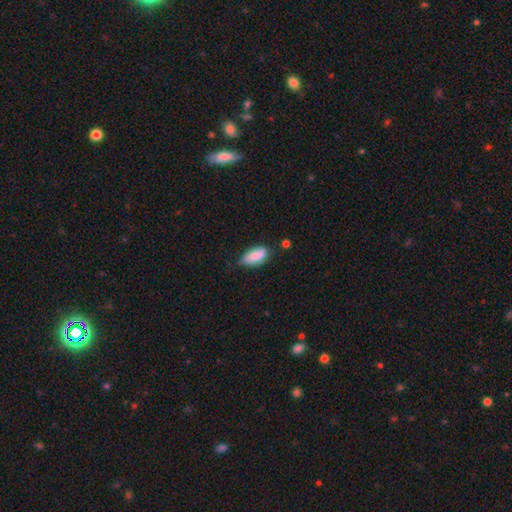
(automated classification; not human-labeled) The model was most divided on "merging": none: 53%, minor disturbance: 36%, major disturbance: 7%, merger: 4%. More confident: how rounded — in between (90%); smooth or featured — smooth (79%).